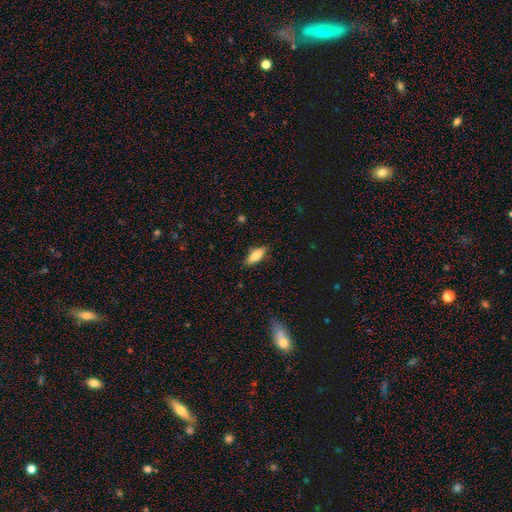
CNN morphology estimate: Smooth or featured?
  - smooth: 77% *
  - featured or disk: 16%
  - star or artifact: 7%
How rounded?
  - in between: 76% *
  - cigar-shaped: 22%
  - round: 3%
Merging?
  - none: 82% *
  - minor disturbance: 14%
  - major disturbance: 3%
  - merger: 1%